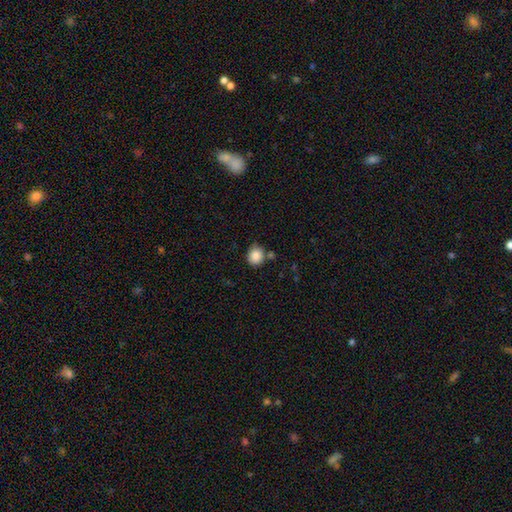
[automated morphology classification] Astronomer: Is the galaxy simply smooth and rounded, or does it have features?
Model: smooth — 87%.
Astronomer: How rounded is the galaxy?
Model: round — 80%.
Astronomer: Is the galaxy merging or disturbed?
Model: none — 73%.